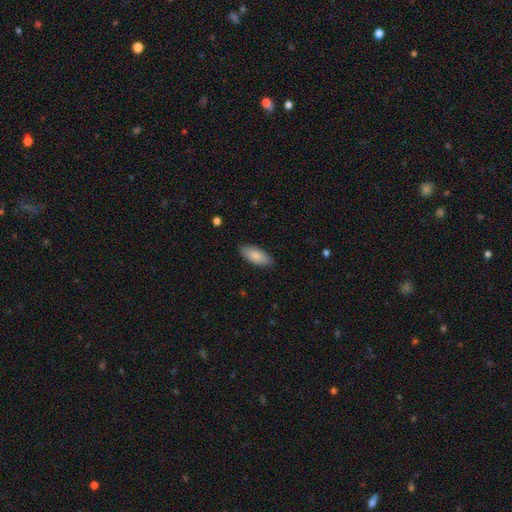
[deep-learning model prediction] Smooth or featured?
  - smooth: 86% *
  - featured or disk: 8%
  - star or artifact: 6%
How rounded?
  - in between: 86% *
  - cigar-shaped: 12%
  - round: 2%
Merging?
  - none: 86% *
  - minor disturbance: 11%
  - major disturbance: 2%
  - merger: 1%